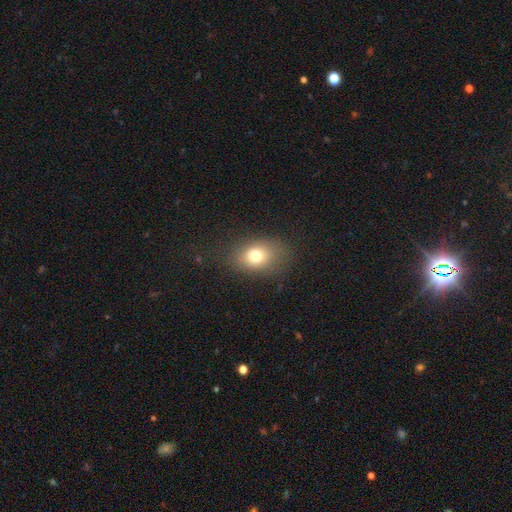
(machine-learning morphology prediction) This appears to be a smooth galaxy with no disk features (75%) that is in between round and cigar-shaped (68%). Merging: none (76%).